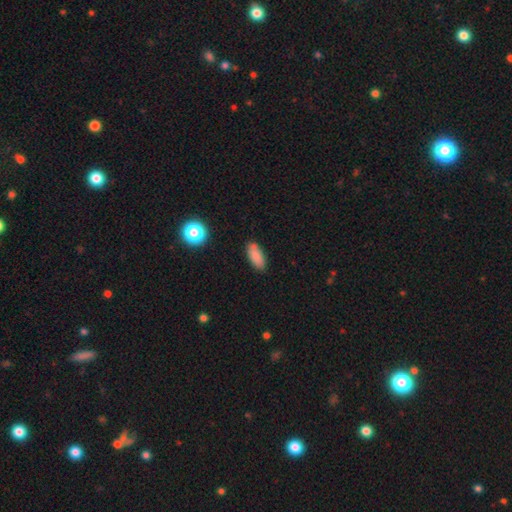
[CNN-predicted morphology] smooth 85%, star or artifact 8%, featured or disk 7%. Down the decision tree: how rounded — in between (83%); merging — none (78%).